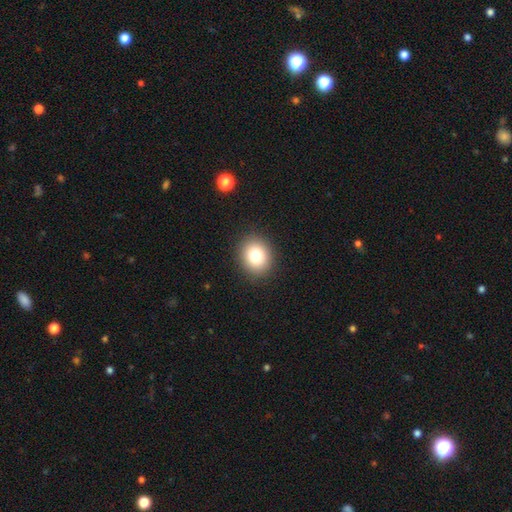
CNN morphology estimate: Smooth or featured?
  - smooth: 79% *
  - star or artifact: 11%
  - featured or disk: 10%
How rounded?
  - round: 67% *
  - in between: 32%
  - cigar-shaped: 1%
Merging?
  - none: 90% *
  - minor disturbance: 7%
  - major disturbance: 2%
  - merger: 1%